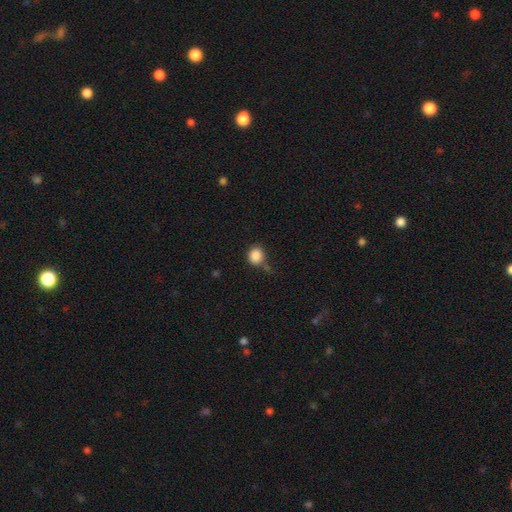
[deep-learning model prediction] Smooth or featured? smooth (87%)
How rounded? round (74%)
Merging? none (66%)